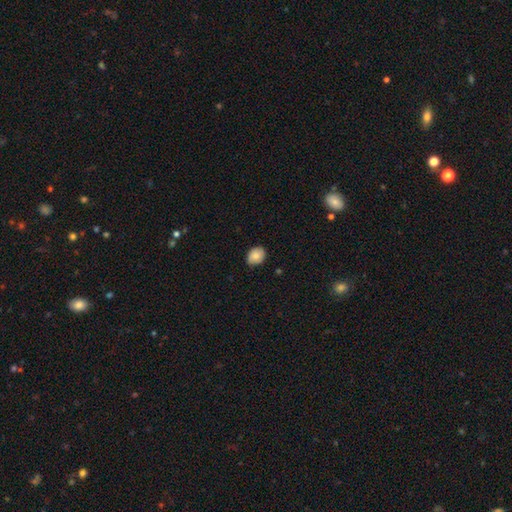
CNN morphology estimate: smooth 78%, featured or disk 14%, star or artifact 8%. Down the decision tree: how rounded — round (52%); merging — none (72%).